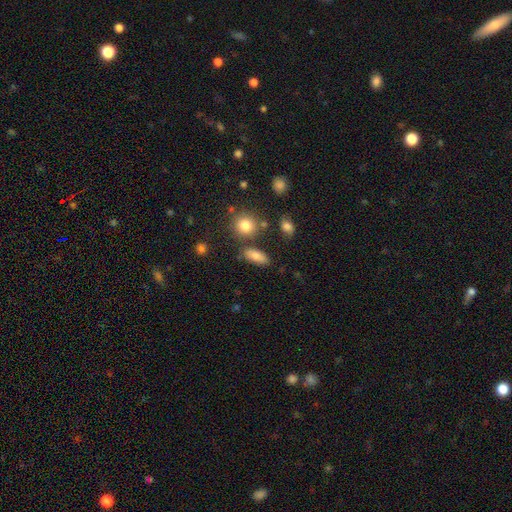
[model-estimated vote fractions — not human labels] Smooth or featured? smooth (80%)
How rounded? in between (78%)
Merging? none (76%)